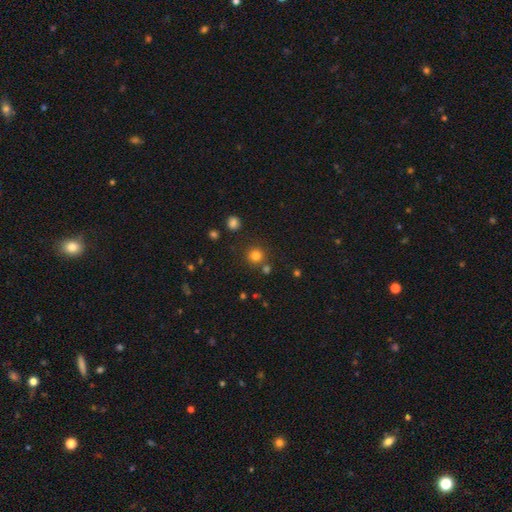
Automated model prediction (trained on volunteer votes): Q: Smooth or featured?
A: smooth (79%); runner-up: star or artifact (15%)
Q: How rounded?
A: round (93%); runner-up: in between (6%)
Q: Merging?
A: none (80%); runner-up: merger (10%)